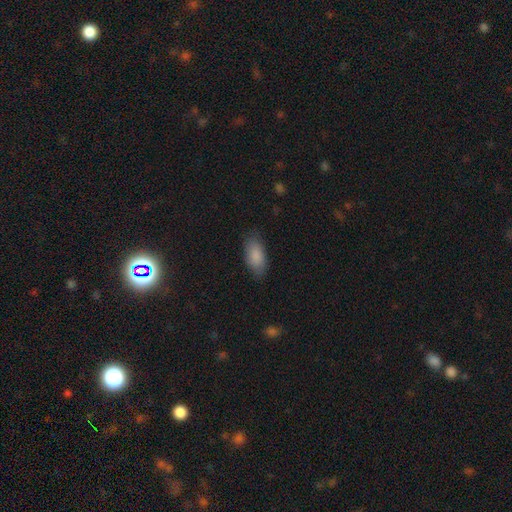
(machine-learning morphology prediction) This is clearly a smooth galaxy (88%). How rounded: clearly in between (91%). Merging: clearly none (80%).